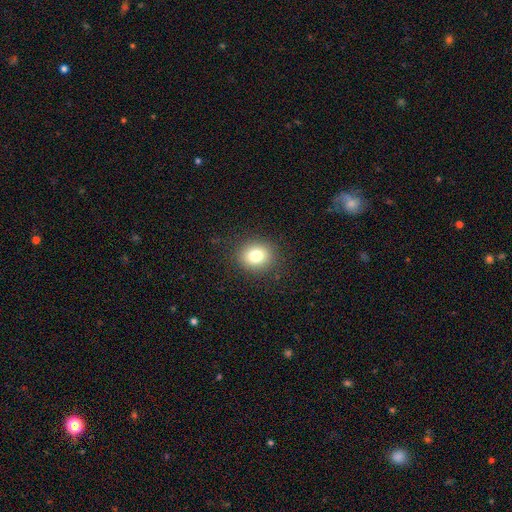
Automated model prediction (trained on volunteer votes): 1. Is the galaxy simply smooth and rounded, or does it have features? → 79% smooth, 12% star or artifact, 9% featured or disk.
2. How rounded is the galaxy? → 73% round, 26% in between, 1% cigar-shaped.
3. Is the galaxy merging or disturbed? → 89% none, 7% minor disturbance, 3% major disturbance, 1% merger.